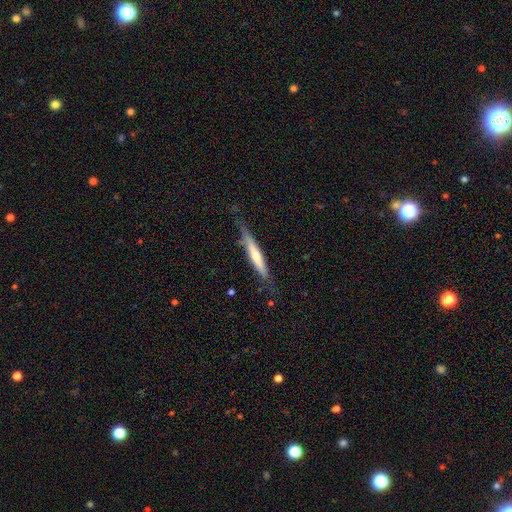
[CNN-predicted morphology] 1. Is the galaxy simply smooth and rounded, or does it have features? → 54% featured or disk, 41% smooth, 6% star or artifact.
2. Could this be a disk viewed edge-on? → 91% yes, 9% no.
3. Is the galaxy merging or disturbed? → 72% none, 22% minor disturbance, 5% major disturbance, 2% merger.